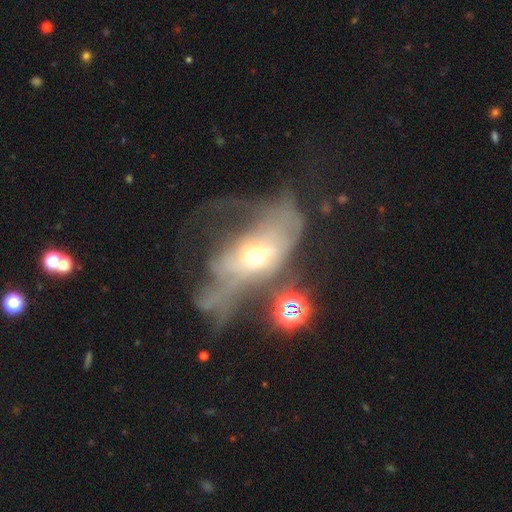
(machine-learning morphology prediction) A featured or disk galaxy (59%) with no bar (73%), no spiral arms (69%) and a moderate central bulge (52%).

Vote fractions:
- Smooth or featured? featured or disk: 59% / smooth: 28% / star or artifact: 13%
- Edge-on disk? no: 86% / yes: 14%
- Bar? no: 73% / weak: 19% / strong: 8%
- Spiral arms? no: 69% / yes: 31%
- Bulge size? moderate: 52% / small: 38% / large: 6% / dominant: 2% / none: 2%
- Merging? major disturbance: 59% / none: 15% / merger: 14% / minor disturbance: 13%